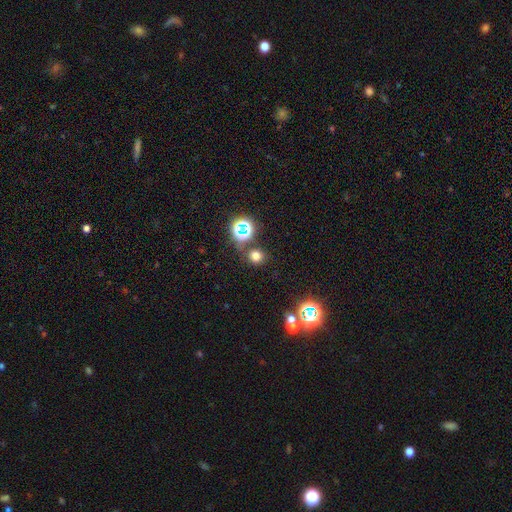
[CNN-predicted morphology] Smooth or featured? Predicted: smooth (p=0.68). How rounded? Predicted: round (p=0.88). Merging? Predicted: none (p=0.79).